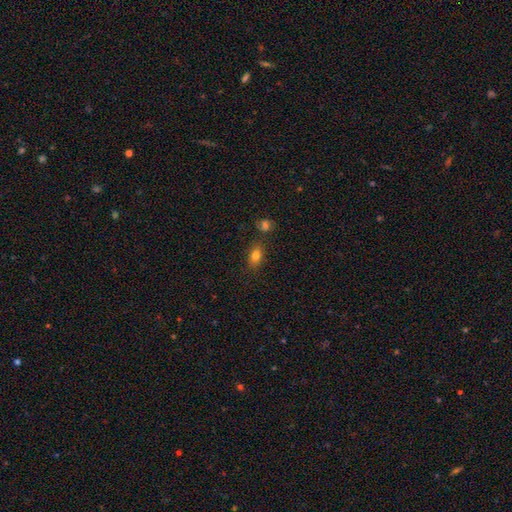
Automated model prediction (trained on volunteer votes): smooth-or-featured: smooth: 79% | star or artifact: 11% | featured or disk: 9%
  how-rounded: in between: 78% | round: 19% | cigar-shaped: 3%
  merging: none: 78% | minor disturbance: 12% | merger: 6% | major disturbance: 3%